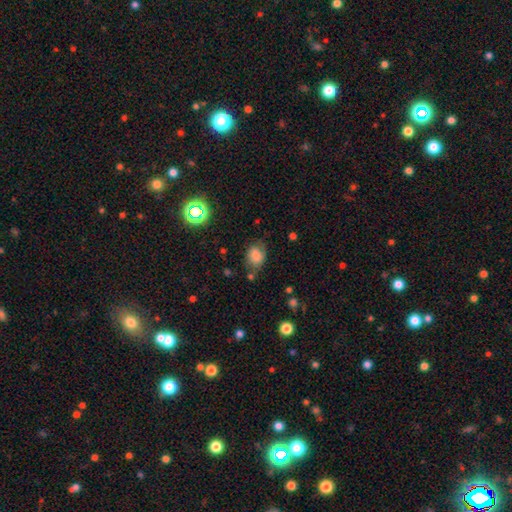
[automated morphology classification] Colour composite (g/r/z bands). It shows a smooth galaxy with no disk features (77%) that is in between round and cigar-shaped (68%). Merging: none (61%).